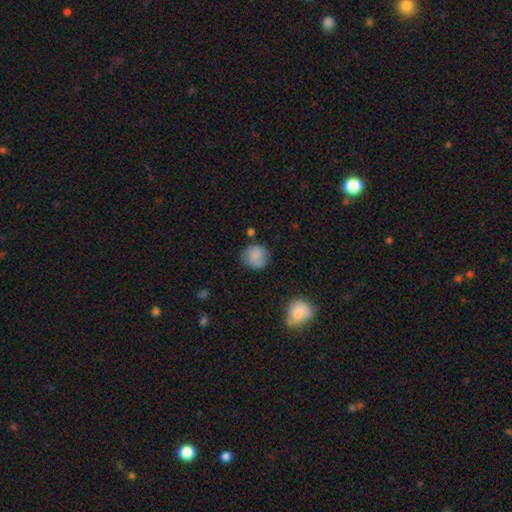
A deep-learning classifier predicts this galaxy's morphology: Smooth or featured?
  - smooth: 79% *
  - featured or disk: 12%
  - star or artifact: 9%
How rounded?
  - round: 86% *
  - in between: 13%
  - cigar-shaped: 1%
Merging?
  - none: 70% *
  - minor disturbance: 20%
  - major disturbance: 6%
  - merger: 4%